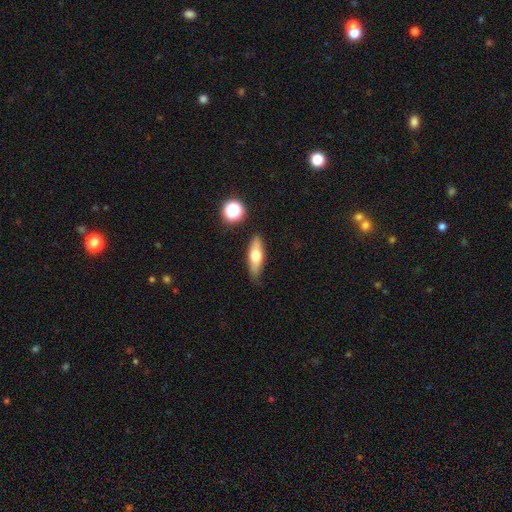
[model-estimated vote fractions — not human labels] This appears to be a smooth galaxy with no disk features (61%) that is in between round and cigar-shaped (54%). Merging: none (83%).